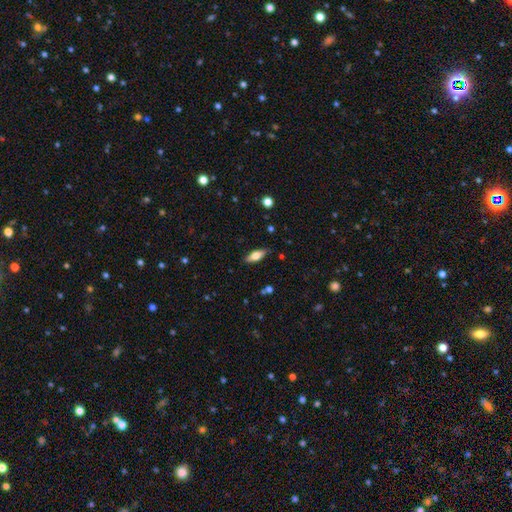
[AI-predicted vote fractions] smooth 66%, featured or disk 28%, star or artifact 7%. Down the decision tree: how rounded — in between (70%); merging — none (85%).